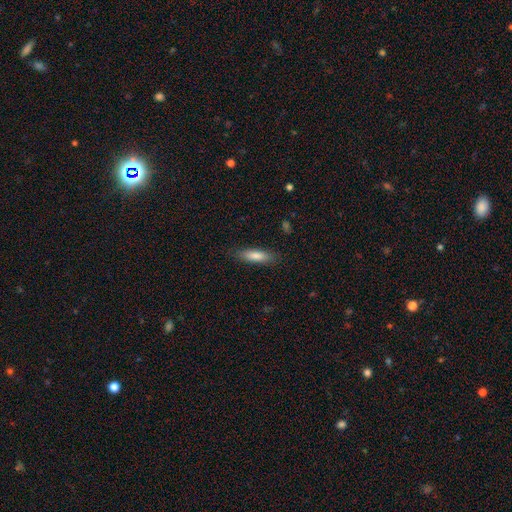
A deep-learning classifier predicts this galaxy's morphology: A smooth galaxy with no disk features (81%) that is cigar-shaped (61%). Merging: none (85%).